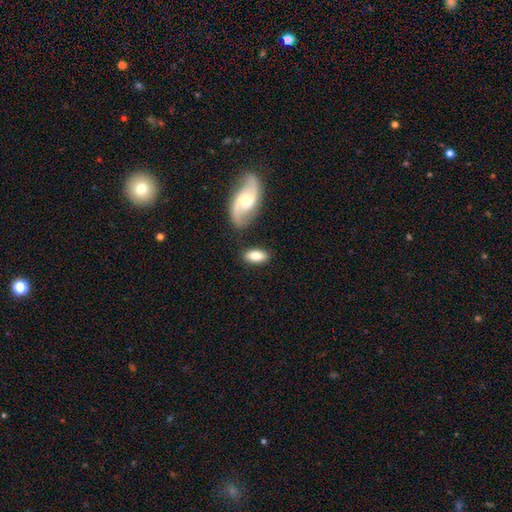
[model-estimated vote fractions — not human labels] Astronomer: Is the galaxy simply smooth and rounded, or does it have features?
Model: smooth — 74%.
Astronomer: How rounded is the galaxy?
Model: in between — 89%.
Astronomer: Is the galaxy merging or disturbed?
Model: none — 79%.